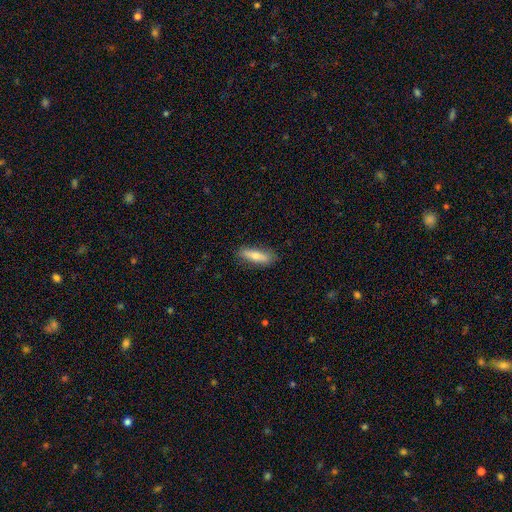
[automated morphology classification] The model was most divided on "how rounded": cigar-shaped: 64%, in between: 34%, round: 2%. More confident: merging — none (83%); smooth or featured — smooth (67%).